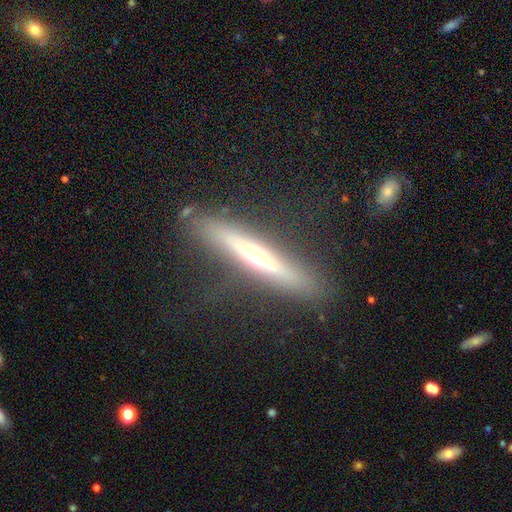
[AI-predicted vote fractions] Smooth or featured?
  - featured or disk: 62% *
  - smooth: 30%
  - star or artifact: 8%
Edge-on disk?
  - yes: 91% *
  - no: 9%
Edge-on bulge?
  - rounded: 72% *
  - none: 19%
  - boxy: 10%
Merging?
  - none: 84% *
  - minor disturbance: 10%
  - major disturbance: 4%
  - merger: 2%